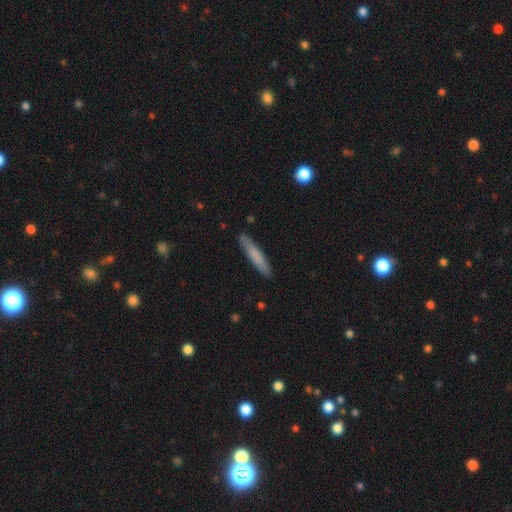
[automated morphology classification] A smooth galaxy with no disk features (73%) that is cigar-shaped (92%). Merging: none (88%).